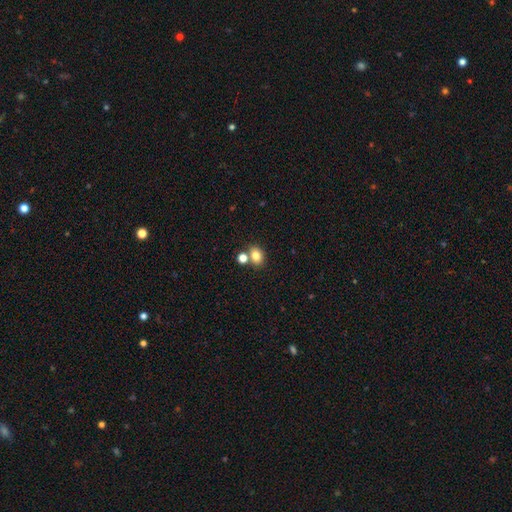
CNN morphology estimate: Smooth or featured? smooth (80%)
How rounded? in between (57%)
Merging? none (62%)